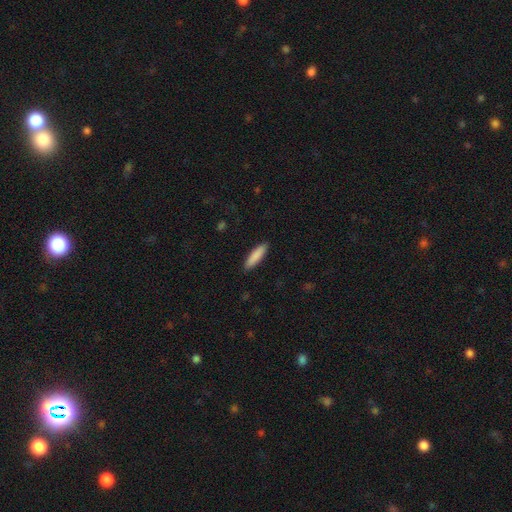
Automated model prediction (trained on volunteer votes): smooth-or-featured: smooth: 88% | featured or disk: 7% | star or artifact: 5%
  how-rounded: cigar-shaped: 73% | in between: 26% | round: 1%
  merging: none: 91% | minor disturbance: 7% | major disturbance: 2% | merger: 1%